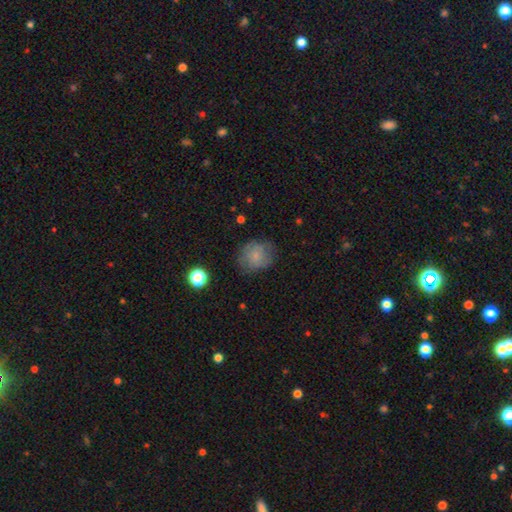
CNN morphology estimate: Overall: smooth (70%). How rounded: round (77%). Merging: none (66%).